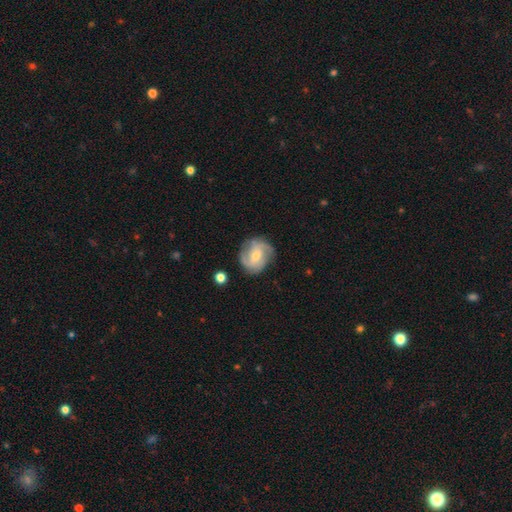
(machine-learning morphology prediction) featured or disk 71%, smooth 23%, star or artifact 6%. Down the decision tree: edge-on disk — no (97%); bar — weak (44%); spiral arms — yes (91%); spiral arm count — 2 (44%); spiral winding — medium (44%); bulge size — small (51%); merging — none (74%).